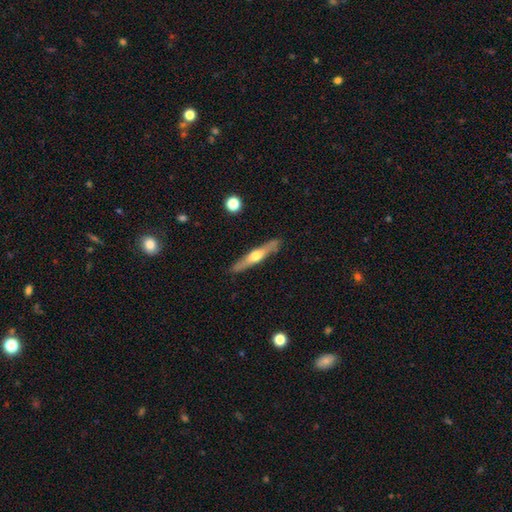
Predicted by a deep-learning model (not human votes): Q: Smooth or featured?
A: featured or disk (61%); runner-up: smooth (34%)
Q: Edge-on disk?
A: yes (94%); runner-up: no (6%)
Q: Edge-on bulge?
A: rounded (90%); runner-up: none (6%)
Q: Merging?
A: none (88%); runner-up: minor disturbance (9%)